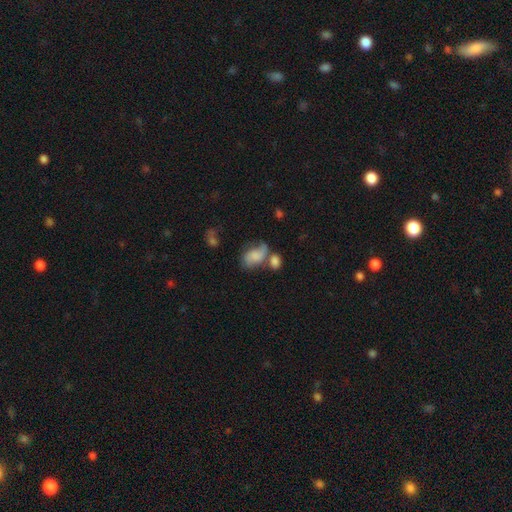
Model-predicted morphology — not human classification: A smooth galaxy with no disk features (53%) that is in between round and cigar-shaped (84%).

Vote fractions:
- Smooth or featured? smooth: 53% / featured or disk: 37% / star or artifact: 11%
- How rounded? in between: 84% / round: 14% / cigar-shaped: 2%
- Merging? merger: 34% / none: 28% / minor disturbance: 20% / major disturbance: 18%